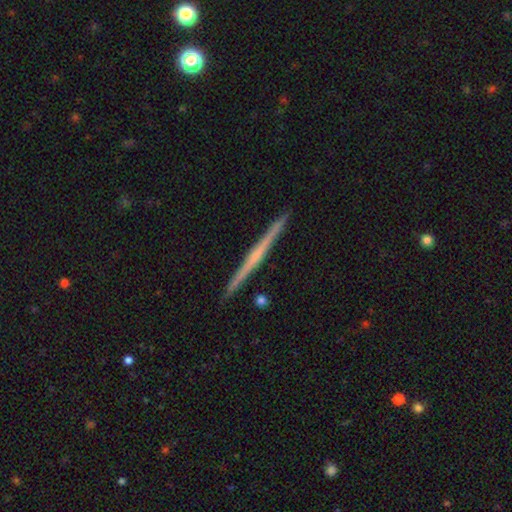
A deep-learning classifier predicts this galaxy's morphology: smooth_or_featured: featured or disk (p=0.68) [alt: smooth p=0.26]
disk_edge_on: yes (p=0.98) [alt: no p=0.02]
edge_on_bulge: none (p=0.66) [alt: rounded p=0.26]
merging: none (p=0.93) [alt: minor disturbance p=0.05]